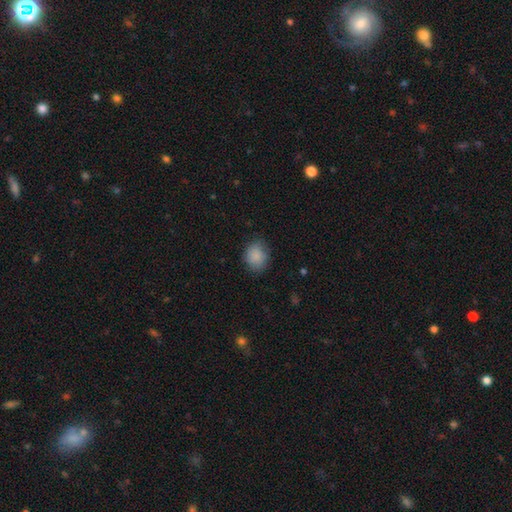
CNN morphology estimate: This appears to be a smooth galaxy with no disk features (87%) that is round (57%). Merging: none (78%).